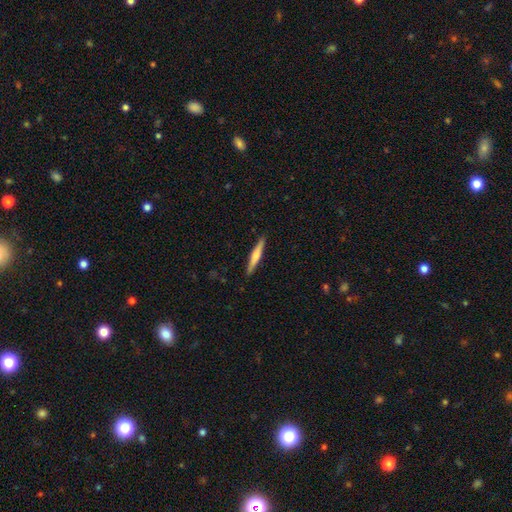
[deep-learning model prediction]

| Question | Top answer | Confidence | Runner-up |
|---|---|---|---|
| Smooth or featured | smooth | 48% | featured or disk (47%) |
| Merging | none | 91% | minor disturbance (7%) |